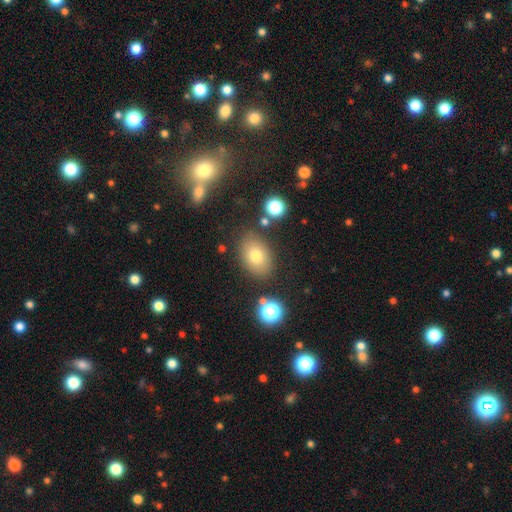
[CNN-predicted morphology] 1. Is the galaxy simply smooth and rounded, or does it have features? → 75% smooth, 13% featured or disk, 12% star or artifact.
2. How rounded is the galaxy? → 77% in between, 22% round, 1% cigar-shaped.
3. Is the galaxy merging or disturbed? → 81% none, 12% minor disturbance, 4% merger, 4% major disturbance.